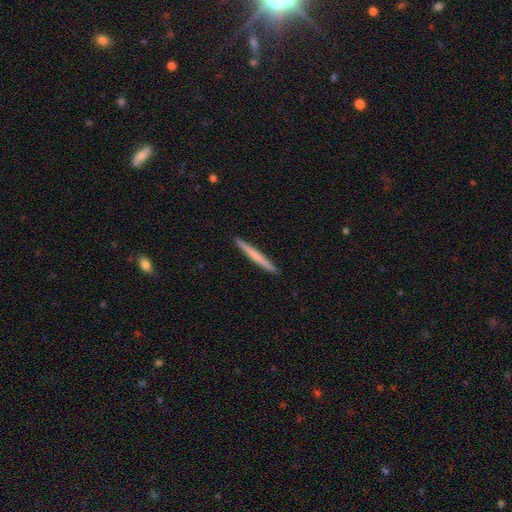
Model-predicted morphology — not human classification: The model was most divided on "smooth or featured": smooth: 57%, featured or disk: 38%, star or artifact: 5%. More confident: how rounded — cigar-shaped (97%); merging — none (93%).